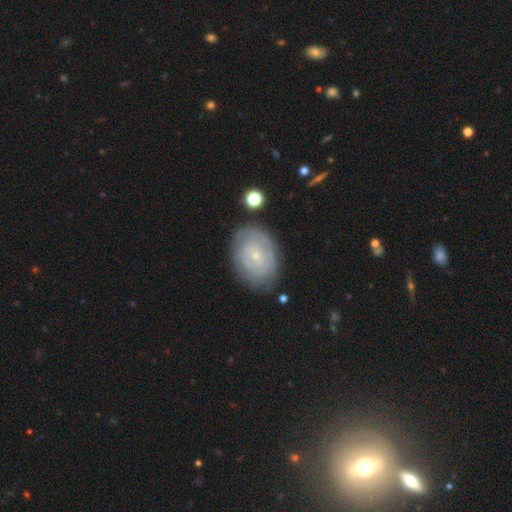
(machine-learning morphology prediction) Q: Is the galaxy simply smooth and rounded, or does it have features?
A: featured or disk — 59%.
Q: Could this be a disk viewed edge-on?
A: no — 96%.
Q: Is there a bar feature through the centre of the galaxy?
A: no — 79%.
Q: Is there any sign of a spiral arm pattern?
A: yes — 67%.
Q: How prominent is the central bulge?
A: small — 83%.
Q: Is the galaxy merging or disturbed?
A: none — 77%.